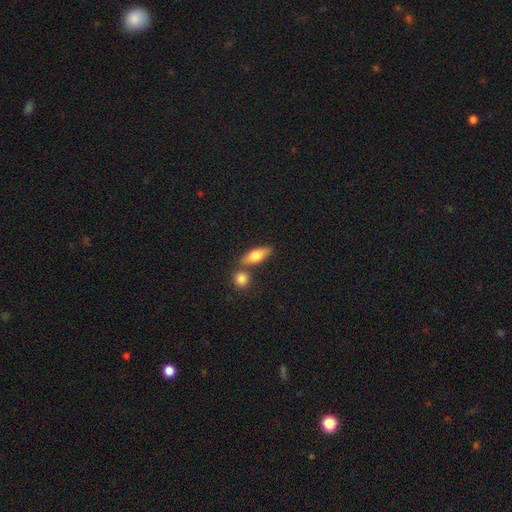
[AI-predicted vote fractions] Q: Smooth or featured?
A: smooth (68%); runner-up: featured or disk (26%)
Q: How rounded?
A: in between (65%); runner-up: cigar-shaped (29%)
Q: Merging?
A: none (66%); runner-up: merger (21%)